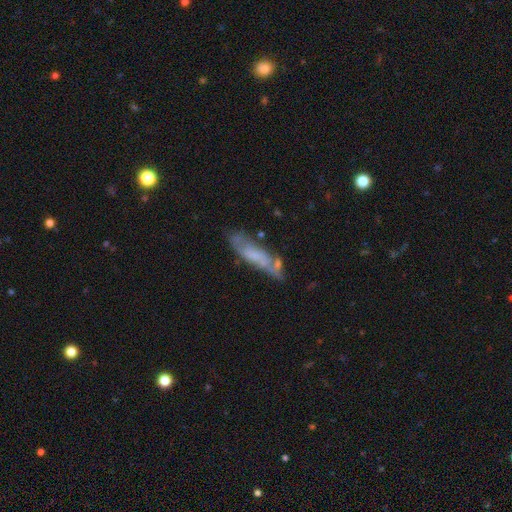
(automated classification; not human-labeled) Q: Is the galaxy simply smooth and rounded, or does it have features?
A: featured or disk — 52%.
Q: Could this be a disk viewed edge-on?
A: no — 65%.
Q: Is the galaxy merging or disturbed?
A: none — 55%.